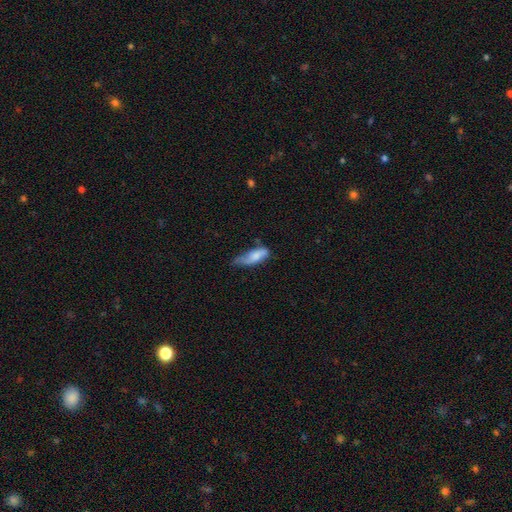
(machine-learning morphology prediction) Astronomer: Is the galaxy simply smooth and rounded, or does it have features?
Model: smooth — 70%.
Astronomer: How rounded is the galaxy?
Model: in between — 68%.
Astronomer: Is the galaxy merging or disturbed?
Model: minor disturbance — 43% (runner-up: none, 32%).